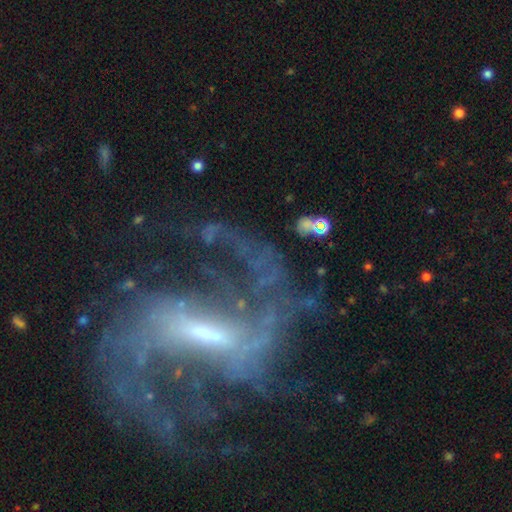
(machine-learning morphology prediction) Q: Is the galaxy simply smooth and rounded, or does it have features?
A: featured or disk — 78%.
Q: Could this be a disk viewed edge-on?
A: no — 92%.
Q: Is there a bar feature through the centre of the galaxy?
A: strong — 42%.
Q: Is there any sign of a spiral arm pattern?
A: yes — 79%.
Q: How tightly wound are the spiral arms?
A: loose — 46%.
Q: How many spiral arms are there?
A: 2 — 44%.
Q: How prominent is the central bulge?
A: small — 46%.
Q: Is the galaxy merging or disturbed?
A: none — 43%.